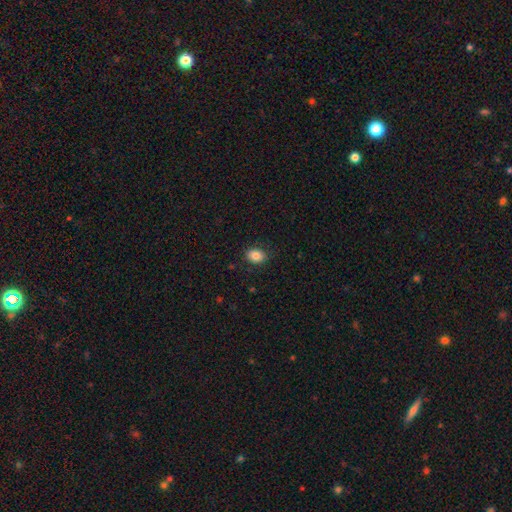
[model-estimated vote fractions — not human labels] smooth 84%, star or artifact 9%, featured or disk 7%. Down the decision tree: how rounded — in between (67%); merging — none (85%).